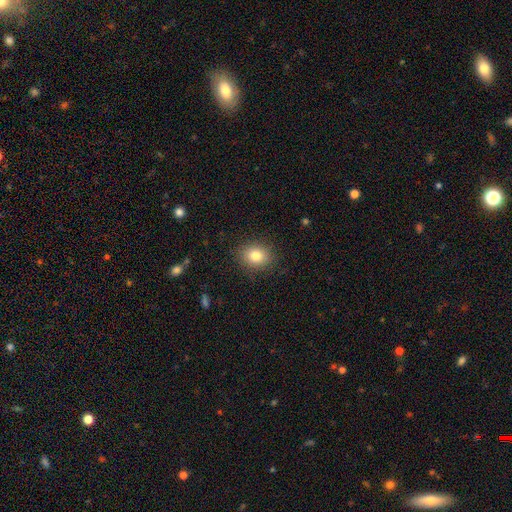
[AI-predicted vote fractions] A smooth galaxy with no disk features (81%) that is round (52%).

Vote fractions:
- Smooth or featured? smooth: 81% / star or artifact: 10% / featured or disk: 8%
- How rounded? round: 52% / in between: 47% / cigar-shaped: 1%
- Merging? none: 88% / minor disturbance: 9% / major disturbance: 3% / merger: 1%